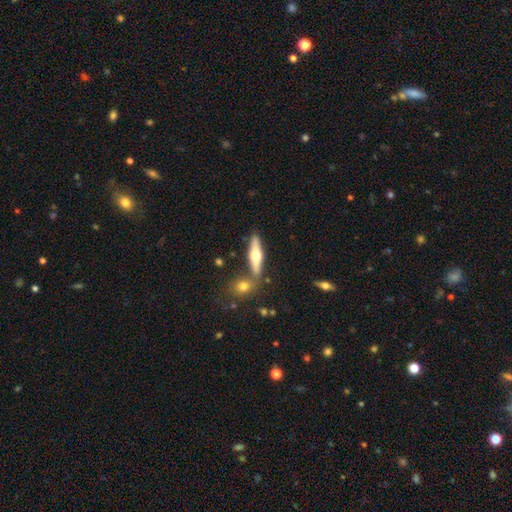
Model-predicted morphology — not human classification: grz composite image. It shows a featured or disk galaxy (50%). Merging: none (70%).